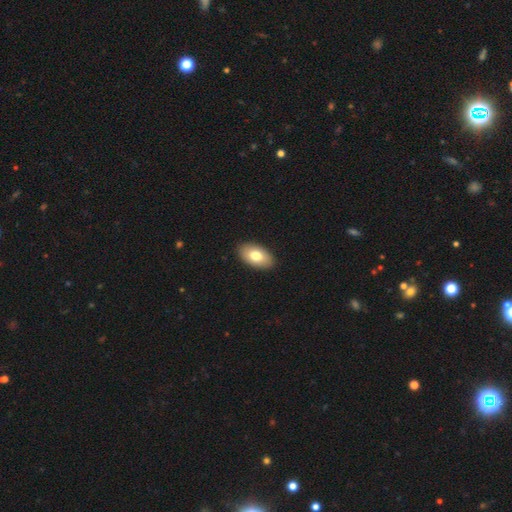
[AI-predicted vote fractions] A smooth galaxy with no disk features (77%) that is in between round and cigar-shaped (94%).

Vote fractions:
- Smooth or featured? smooth: 77% / featured or disk: 17% / star or artifact: 6%
- How rounded? in between: 94% / round: 4% / cigar-shaped: 2%
- Merging? none: 90% / minor disturbance: 7% / major disturbance: 2% / merger: 1%